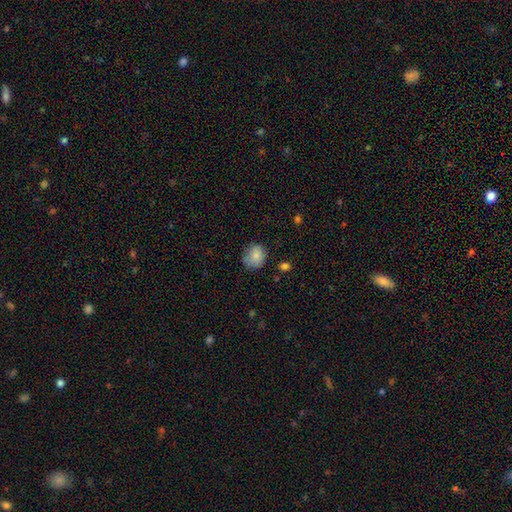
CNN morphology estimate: This is clearly a smooth galaxy (84%). How rounded: likely round (72%). Merging: likely none (68%).